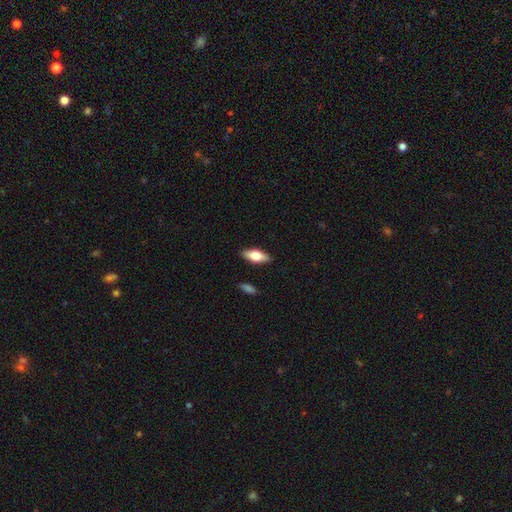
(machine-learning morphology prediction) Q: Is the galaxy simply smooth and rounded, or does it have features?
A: smooth — 64%.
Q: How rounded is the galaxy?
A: in between — 74%.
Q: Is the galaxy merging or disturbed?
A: none — 88%.